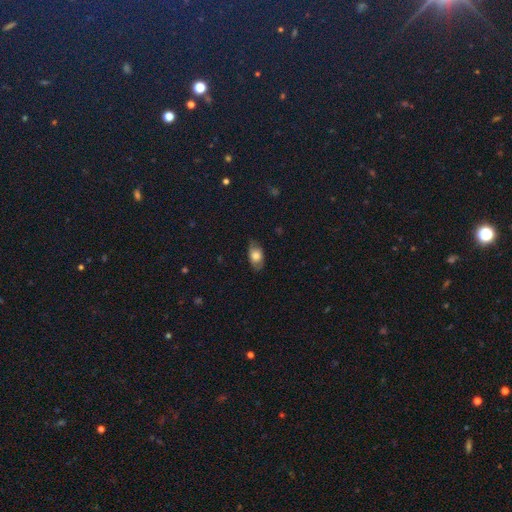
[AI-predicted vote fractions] Q: Smooth or featured?
A: smooth (71%); runner-up: featured or disk (21%)
Q: How rounded?
A: in between (88%); runner-up: round (8%)
Q: Merging?
A: none (74%); runner-up: minor disturbance (20%)